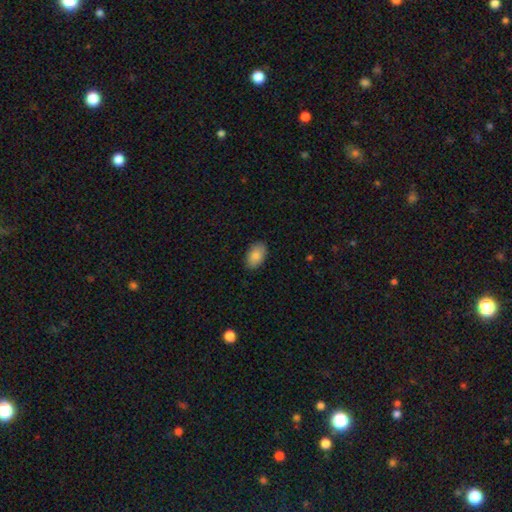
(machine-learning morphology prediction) Smooth or featured?
  - smooth: 85% *
  - featured or disk: 9%
  - star or artifact: 7%
How rounded?
  - in between: 92% *
  - round: 7%
  - cigar-shaped: 1%
Merging?
  - none: 88% *
  - minor disturbance: 9%
  - major disturbance: 2%
  - merger: 1%